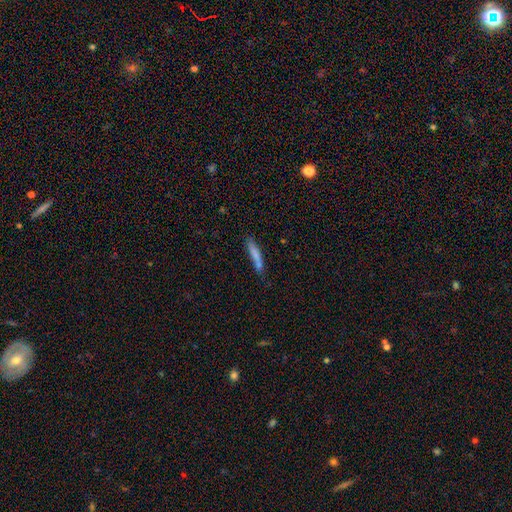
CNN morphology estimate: A smooth galaxy with no disk features (77%) that is cigar-shaped (90%).

Vote fractions:
- Smooth or featured? smooth: 77% / featured or disk: 16% / star or artifact: 7%
- How rounded? cigar-shaped: 90% / in between: 9% / round: 1%
- Merging? none: 66% / minor disturbance: 20% / merger: 9% / major disturbance: 5%